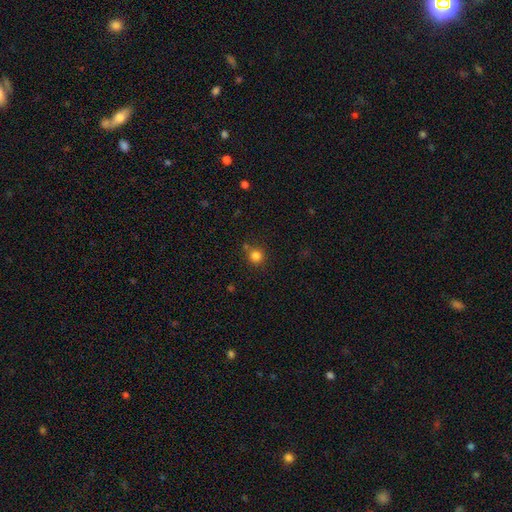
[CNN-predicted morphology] A smooth galaxy with no disk features (82%) that is round (92%). Merging: none (76%).